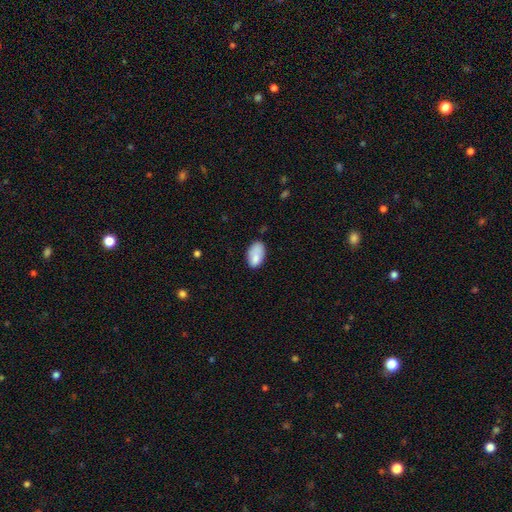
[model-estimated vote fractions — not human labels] Morphology: type=smooth (80%); roundness=in between (93%); merging=none (59%).